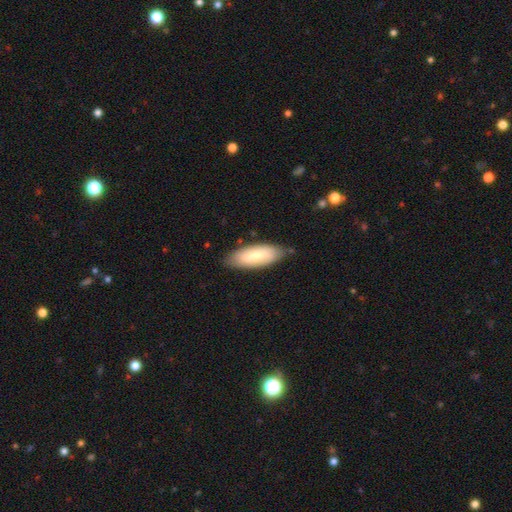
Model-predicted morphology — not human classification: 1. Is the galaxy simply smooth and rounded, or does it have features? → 69% smooth, 25% featured or disk, 6% star or artifact.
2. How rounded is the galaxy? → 71% in between, 27% cigar-shaped, 2% round.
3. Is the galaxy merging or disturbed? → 77% none, 18% minor disturbance, 3% major disturbance, 2% merger.